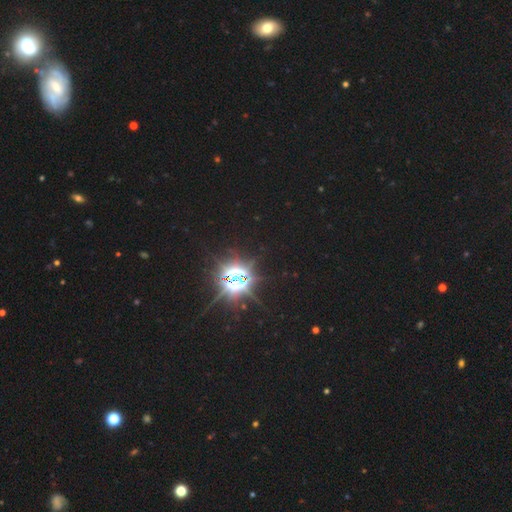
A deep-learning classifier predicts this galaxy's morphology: Q: Smooth or featured?
A: star or artifact (86%); runner-up: smooth (8%)